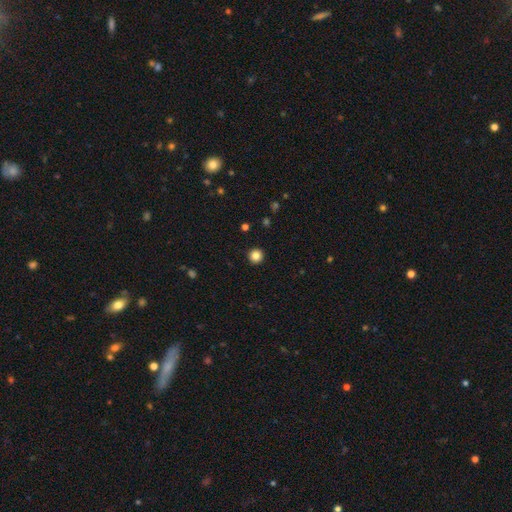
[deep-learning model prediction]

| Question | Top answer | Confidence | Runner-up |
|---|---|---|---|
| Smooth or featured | smooth | 85% | star or artifact (11%) |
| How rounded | round | 96% | in between (3%) |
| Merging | none | 94% | minor disturbance (4%) |